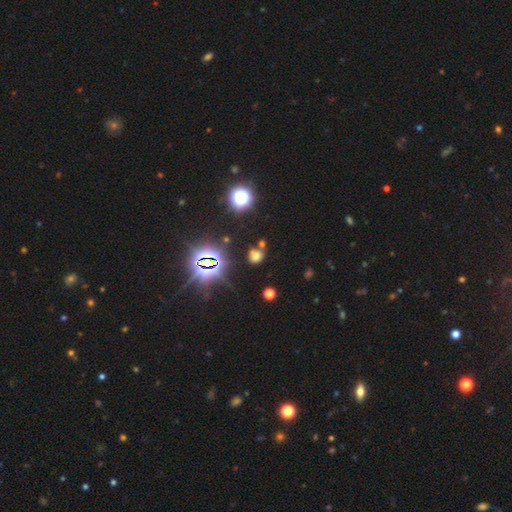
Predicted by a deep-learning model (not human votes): This appears to be a smooth galaxy with no disk features (52%) that is round (72%). Merging: none (64%).